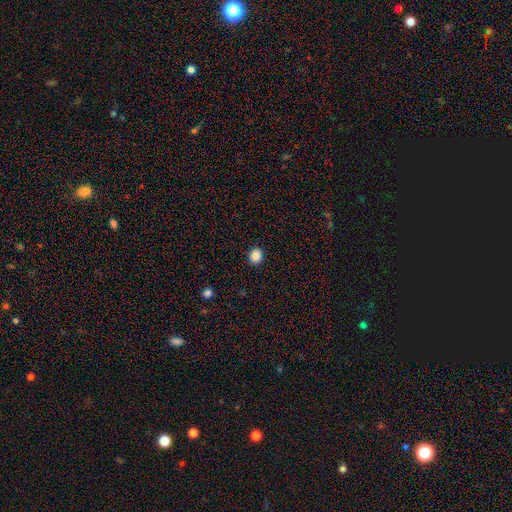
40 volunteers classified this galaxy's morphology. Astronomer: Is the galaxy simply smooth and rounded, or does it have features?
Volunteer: smooth — 88%.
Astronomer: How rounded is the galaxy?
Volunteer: round — 80%.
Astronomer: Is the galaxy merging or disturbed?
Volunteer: none — 86%.